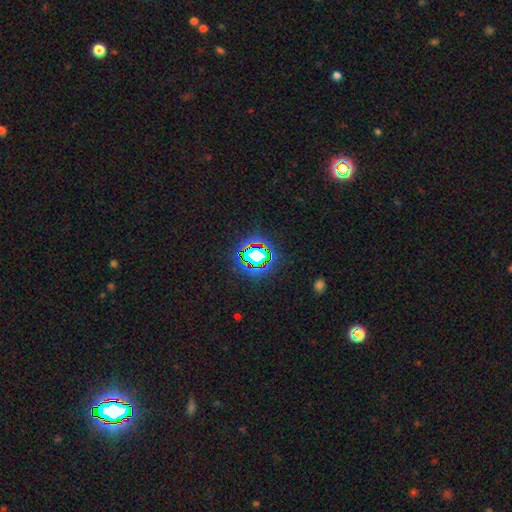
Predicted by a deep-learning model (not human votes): smooth_or_featured: star or artifact (p=0.69) [alt: smooth p=0.20]